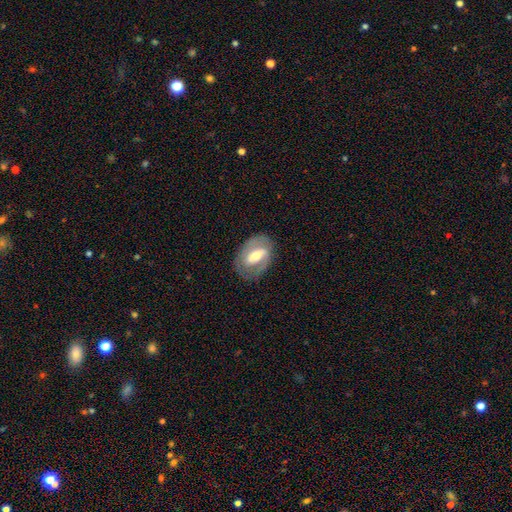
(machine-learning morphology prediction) smooth-or-featured: featured or disk: 70% | smooth: 24% | star or artifact: 6%
  disk-edge-on: no: 94% | yes: 6%
    bar: strong: 43% | weak: 37% | no: 20%
    has-spiral-arms: yes: 70% | no: 30%
    bulge-size: moderate: 64% | small: 23% | large: 10% | none: 1% | dominant: 1%
  merging: none: 75% | minor disturbance: 16% | major disturbance: 8% | merger: 1%